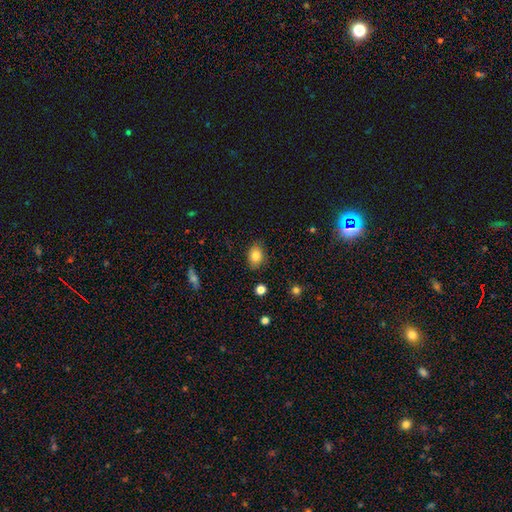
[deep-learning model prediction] smooth-or-featured: smooth: 83% | star or artifact: 10% | featured or disk: 8%
  how-rounded: in between: 72% | round: 27% | cigar-shaped: 1%
  merging: none: 85% | minor disturbance: 12% | major disturbance: 2% | merger: 1%